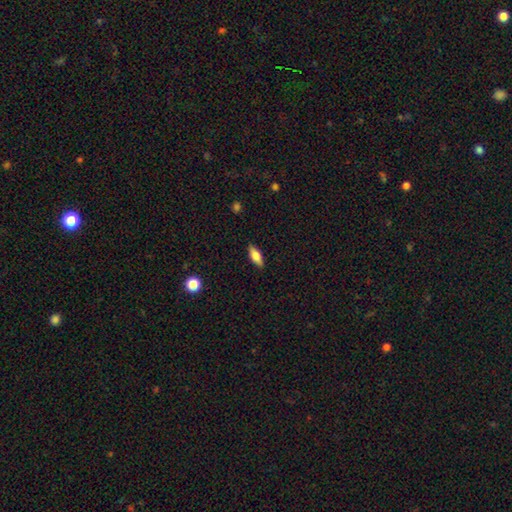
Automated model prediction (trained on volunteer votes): Q: Smooth or featured?
A: smooth (65%); runner-up: featured or disk (28%)
Q: How rounded?
A: in between (69%); runner-up: cigar-shaped (28%)
Q: Merging?
A: none (87%); runner-up: minor disturbance (9%)